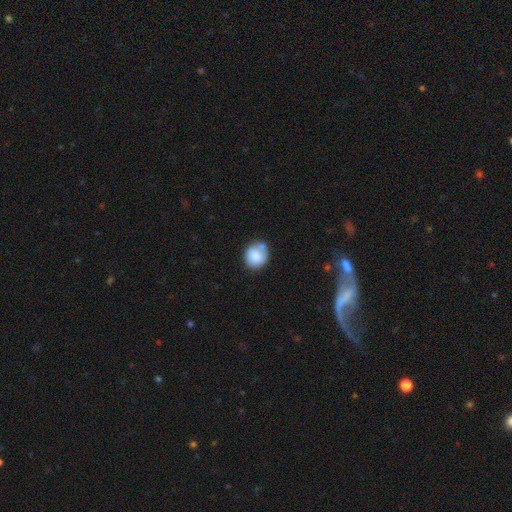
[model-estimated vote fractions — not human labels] Overall: smooth (80%). How rounded: round (76%). Merging: none (56%; minor disturbance 22%).